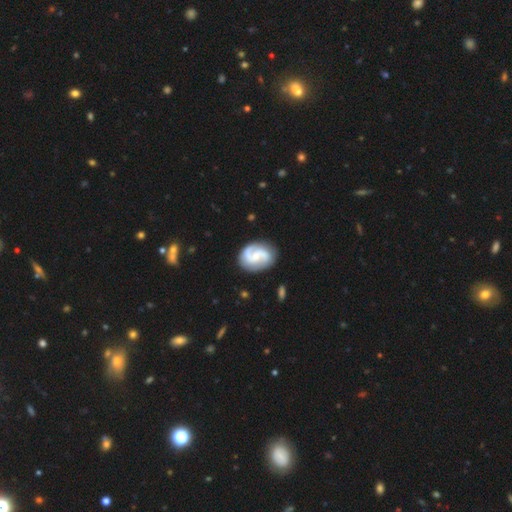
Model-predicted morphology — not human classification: A featured or disk galaxy (86%) with no bar (47%), 2 (91%) medium (50%) spiral arms (97%) and a small central bulge (53%).

Vote fractions:
- Smooth or featured? featured or disk: 86% / smooth: 9% / star or artifact: 4%
- Edge-on disk? no: 98% / yes: 2%
- Bar? no: 47% / weak: 43% / strong: 11%
- Spiral arms? yes: 97% / no: 3%
- Spiral winding? medium: 50% / loose: 26% / tight: 24%
- Spiral arm count? 2: 91% / can't tell: 3% / 1: 2% / 3: 2% / 4: 1% / more than 4: 1%
- Bulge size? small: 53% / moderate: 30% / none: 13% / large: 3% / dominant: 1%
- Merging? none: 83% / minor disturbance: 12% / major disturbance: 4% / merger: 2%